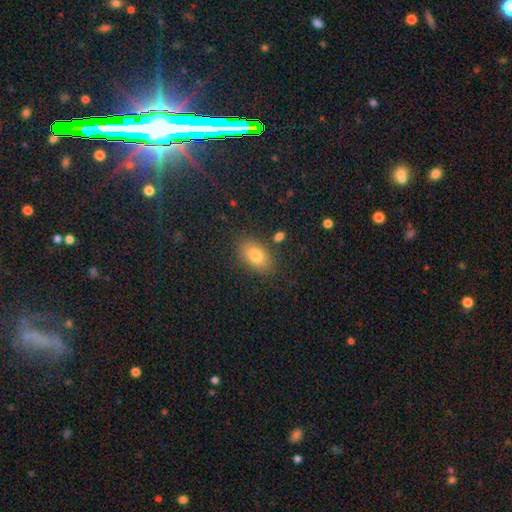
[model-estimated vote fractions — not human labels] The model was most divided on "smooth or featured": smooth: 78%, featured or disk: 11%, star or artifact: 10%. More confident: how rounded — in between (86%); merging — none (84%).